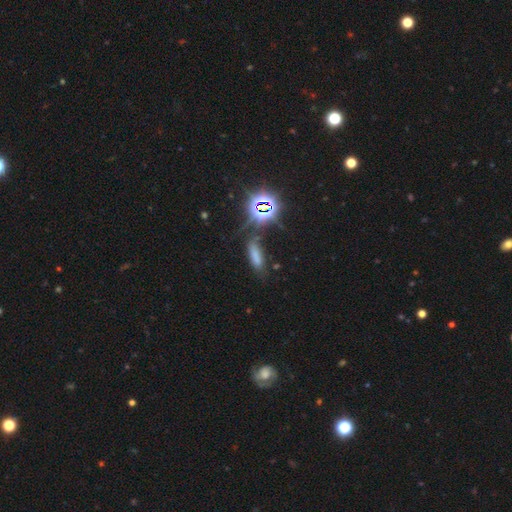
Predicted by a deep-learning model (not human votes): Smooth or featured?
  - smooth: 59% *
  - star or artifact: 30%
  - featured or disk: 11%
How rounded?
  - in between: 51% *
  - cigar-shaped: 45%
  - round: 4%
Merging?
  - none: 61% *
  - minor disturbance: 20%
  - major disturbance: 11%
  - merger: 7%